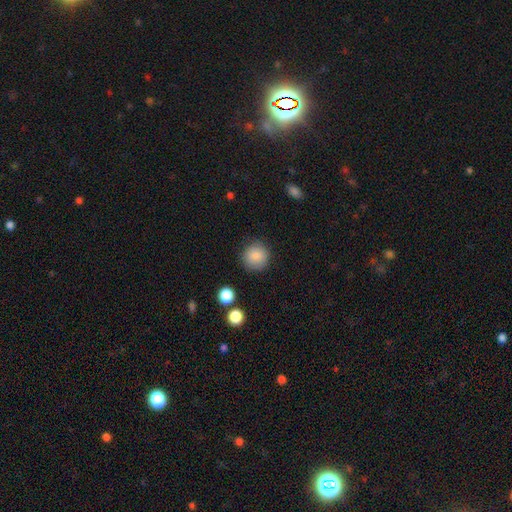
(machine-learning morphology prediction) A smooth galaxy with no disk features (86%) that is round (93%).

Vote fractions:
- Smooth or featured? smooth: 86% / star or artifact: 9% / featured or disk: 5%
- How rounded? round: 93% / in between: 6% / cigar-shaped: 1%
- Merging? none: 87% / minor disturbance: 9% / major disturbance: 3% / merger: 2%